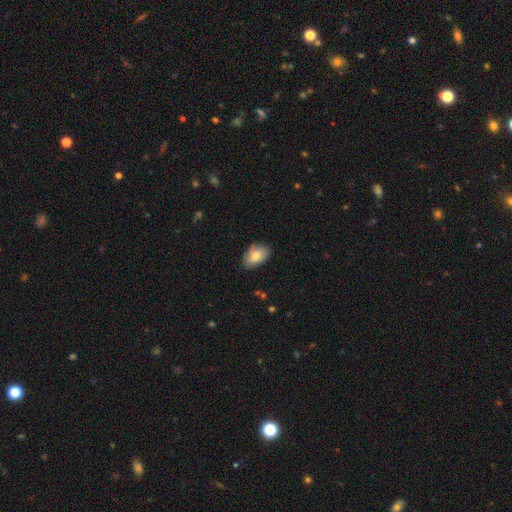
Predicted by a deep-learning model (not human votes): Morphology: type=smooth (77%); roundness=in between (90%); merging=none (77%).